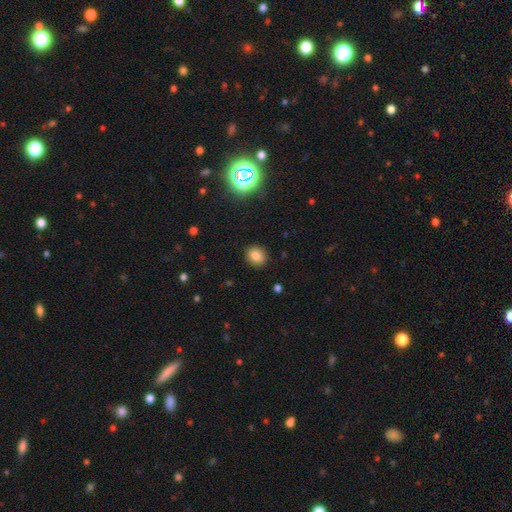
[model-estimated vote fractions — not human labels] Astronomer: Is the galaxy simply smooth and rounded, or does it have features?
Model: smooth — 81%.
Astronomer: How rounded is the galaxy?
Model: round — 66%.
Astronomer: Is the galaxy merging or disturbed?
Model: none — 89%.